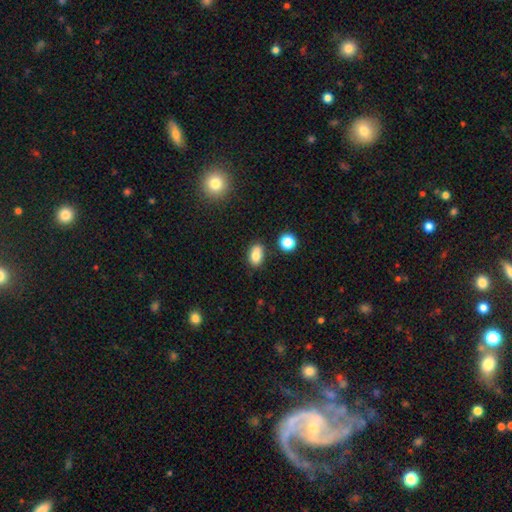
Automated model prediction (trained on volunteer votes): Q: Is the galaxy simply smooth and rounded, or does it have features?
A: smooth — 82%.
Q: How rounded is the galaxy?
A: in between — 84%.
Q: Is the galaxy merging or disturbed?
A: none — 74%.